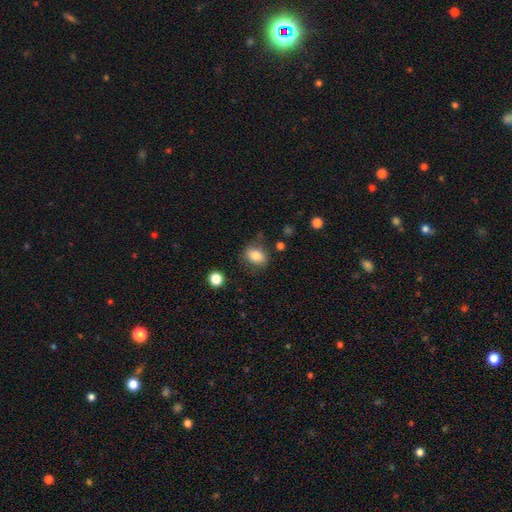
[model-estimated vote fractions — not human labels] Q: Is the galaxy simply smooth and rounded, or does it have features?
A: smooth — 81%.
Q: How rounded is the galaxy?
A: in between — 61%.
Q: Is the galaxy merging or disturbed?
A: none — 76%.